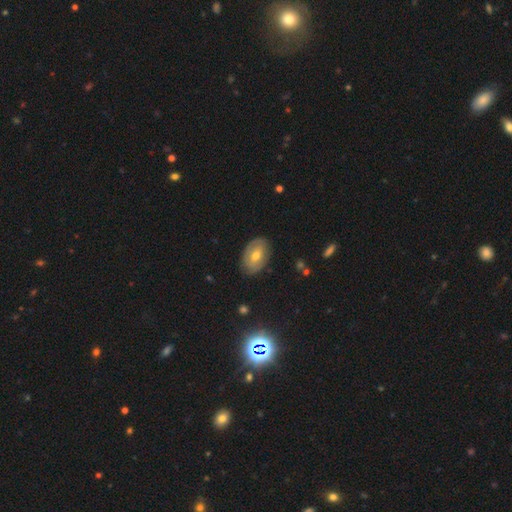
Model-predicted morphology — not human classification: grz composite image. It shows a smooth galaxy with no disk features (52%) that is in between round and cigar-shaped (87%). Merging: none (81%).